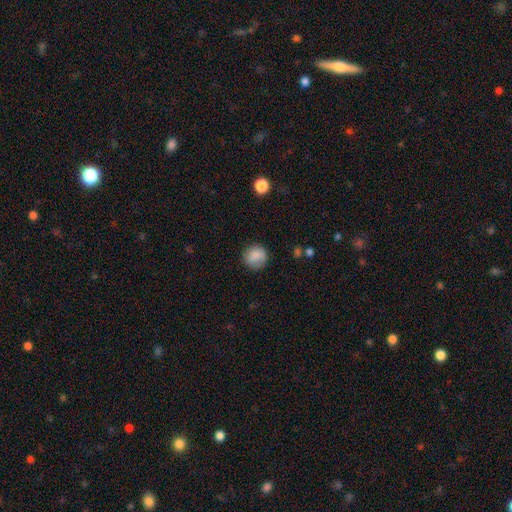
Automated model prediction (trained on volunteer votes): A smooth galaxy with no disk features (85%) that is round (86%).

Vote fractions:
- Smooth or featured? smooth: 85% / star or artifact: 8% / featured or disk: 7%
- How rounded? round: 86% / in between: 13% / cigar-shaped: 1%
- Merging? none: 79% / minor disturbance: 15% / major disturbance: 5% / merger: 1%